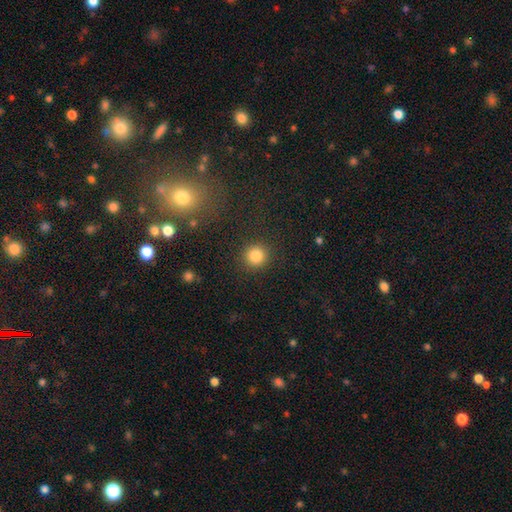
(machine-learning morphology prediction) smooth-or-featured: smooth: 84% | star or artifact: 11% | featured or disk: 5%
  how-rounded: round: 92% | in between: 7% | cigar-shaped: 1%
  merging: none: 90% | minor disturbance: 6% | major disturbance: 3% | merger: 2%